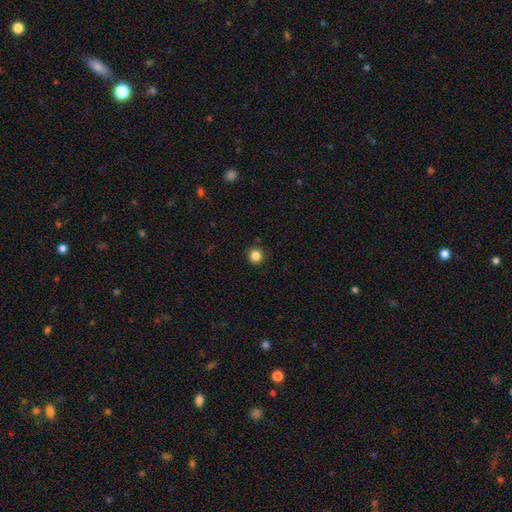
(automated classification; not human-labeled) Smooth or featured? Predicted: smooth (p=0.85). How rounded? Predicted: round (p=0.95). Merging? Predicted: none (p=0.92).